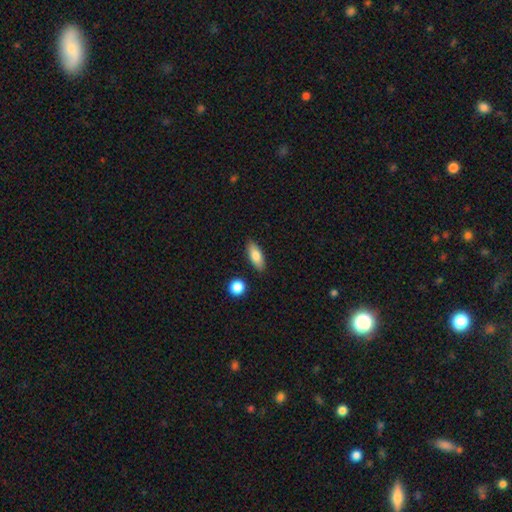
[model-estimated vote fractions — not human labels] This appears to be a smooth galaxy with no disk features (81%) that is in between round and cigar-shaped (77%). Merging: none (86%).